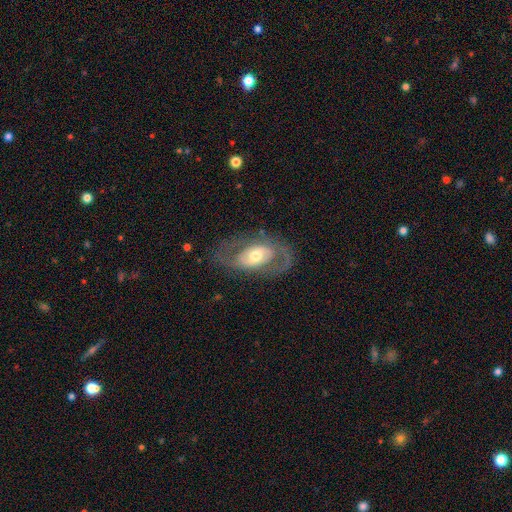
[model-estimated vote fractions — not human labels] Overall: featured or disk (76%). Edge-on disk: no (94%). Bar: no (54%; weak 32%). Spiral arms: yes (77%). Spiral arm count: 2 (79%). Spiral winding: medium (48%; loose 28%). Bulge size: moderate (65%). Merging: none (69%).